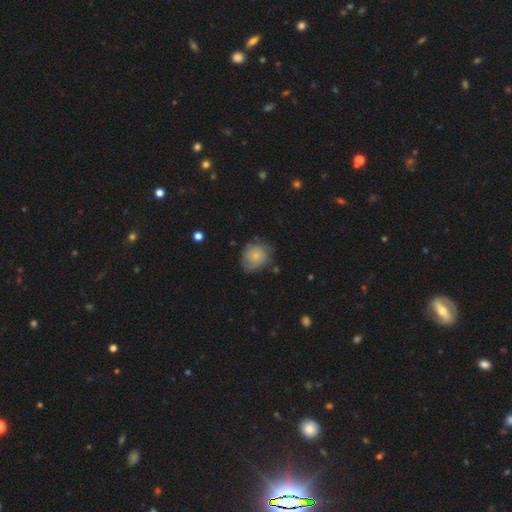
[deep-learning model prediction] Smooth or featured? Predicted: smooth (p=0.60). How rounded? Predicted: round (p=0.70). Merging? Predicted: none (p=0.61).